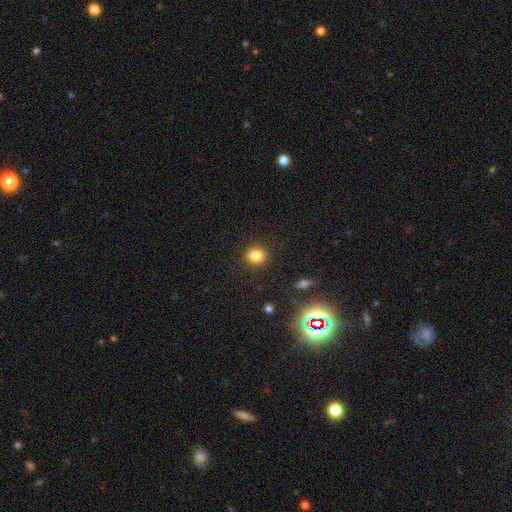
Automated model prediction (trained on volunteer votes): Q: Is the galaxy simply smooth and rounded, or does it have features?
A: smooth — 83%.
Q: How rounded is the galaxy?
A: round — 86%.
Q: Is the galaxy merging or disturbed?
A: none — 90%.